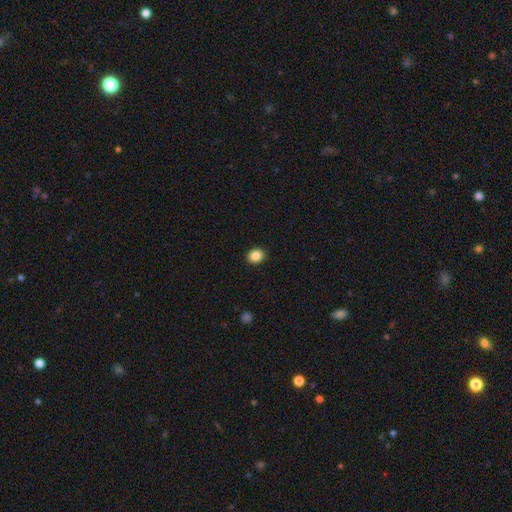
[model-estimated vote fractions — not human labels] This is clearly a smooth galaxy (86%). How rounded: likely round (70%). Merging: clearly none (92%).